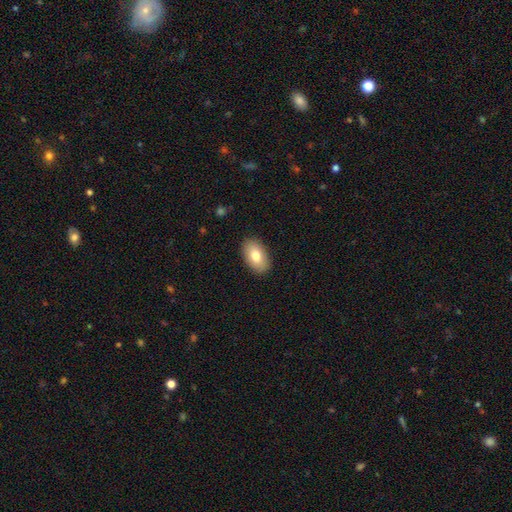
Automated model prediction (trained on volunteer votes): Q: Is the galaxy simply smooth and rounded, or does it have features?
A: smooth — 78%.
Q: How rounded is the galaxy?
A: in between — 93%.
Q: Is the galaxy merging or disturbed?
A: none — 89%.